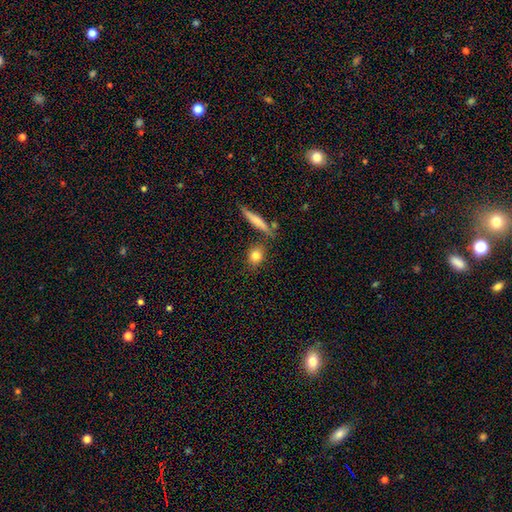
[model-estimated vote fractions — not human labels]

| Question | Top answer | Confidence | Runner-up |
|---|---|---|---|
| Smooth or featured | smooth | 80% | featured or disk (12%) |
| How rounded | round | 55% | in between (37%) |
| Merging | none | 77% | minor disturbance (11%) |